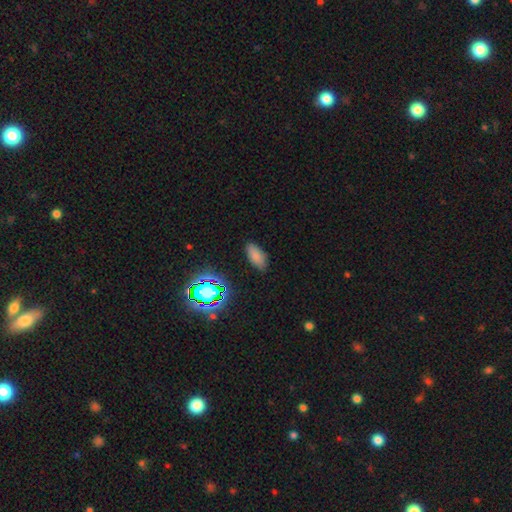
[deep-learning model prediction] smooth-or-featured: smooth: 79% | star or artifact: 15% | featured or disk: 7%
  how-rounded: in between: 90% | cigar-shaped: 7% | round: 3%
  merging: none: 85% | minor disturbance: 11% | major disturbance: 3% | merger: 1%